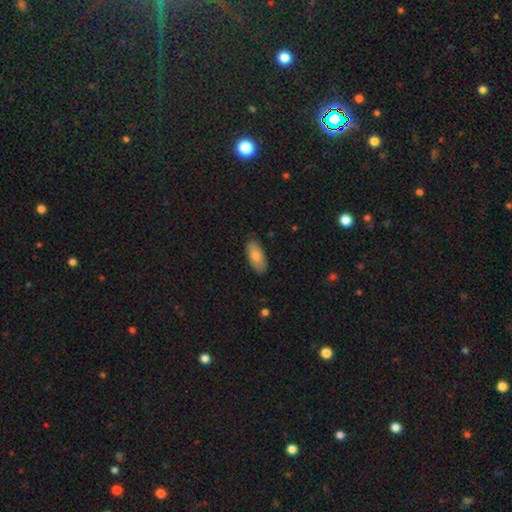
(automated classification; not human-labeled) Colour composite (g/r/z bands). It shows a smooth galaxy with no disk features (82%) that is in between round and cigar-shaped (90%). Merging: none (84%).